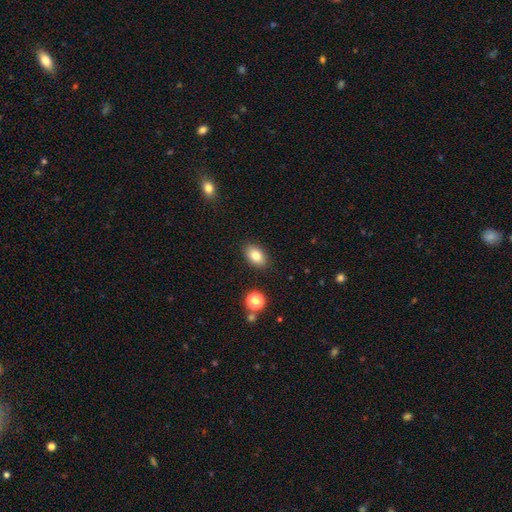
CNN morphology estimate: This is clearly a smooth galaxy (81%). How rounded: clearly in between (87%). Merging: clearly none (87%).